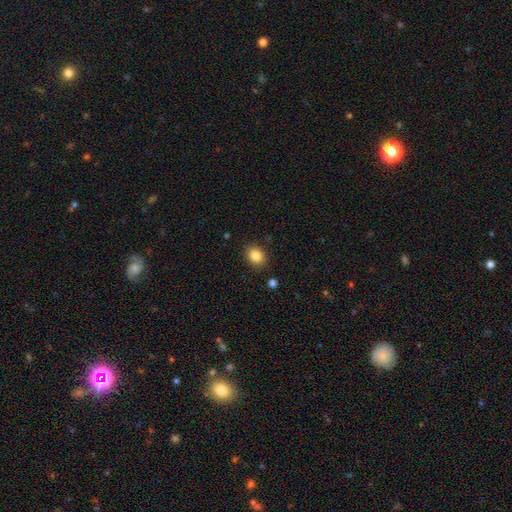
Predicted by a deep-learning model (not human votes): A smooth galaxy with no disk features (85%) that is round (60%).

Vote fractions:
- Smooth or featured? smooth: 85% / star or artifact: 10% / featured or disk: 5%
- How rounded? round: 60% / in between: 40% / cigar-shaped: 1%
- Merging? none: 88% / minor disturbance: 8% / major disturbance: 2% / merger: 2%